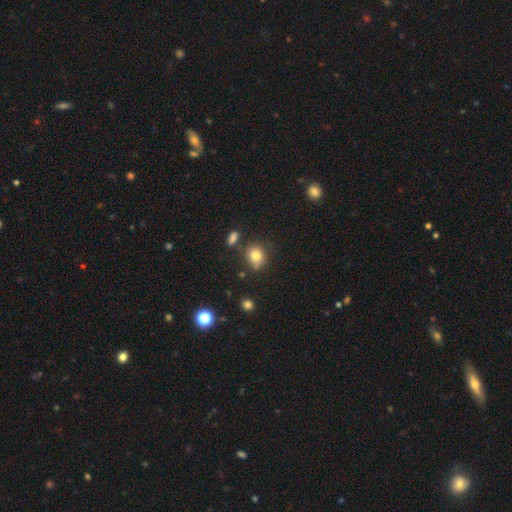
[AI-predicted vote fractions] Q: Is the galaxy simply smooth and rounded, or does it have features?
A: smooth — 81%.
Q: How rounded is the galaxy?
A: round — 66%.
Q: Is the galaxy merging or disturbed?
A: none — 69%.